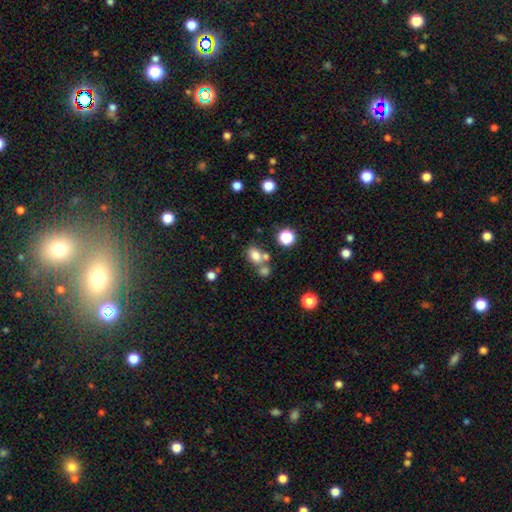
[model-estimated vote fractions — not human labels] Smooth or featured? smooth (76%)
How rounded? in between (68%)
Merging? none (51%)